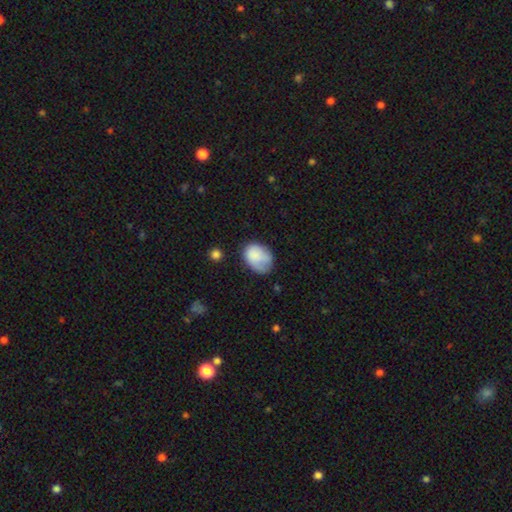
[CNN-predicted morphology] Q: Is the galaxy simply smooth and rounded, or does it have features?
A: smooth — 80%.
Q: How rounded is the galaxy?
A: in between — 72%.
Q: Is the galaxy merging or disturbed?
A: none — 48%.